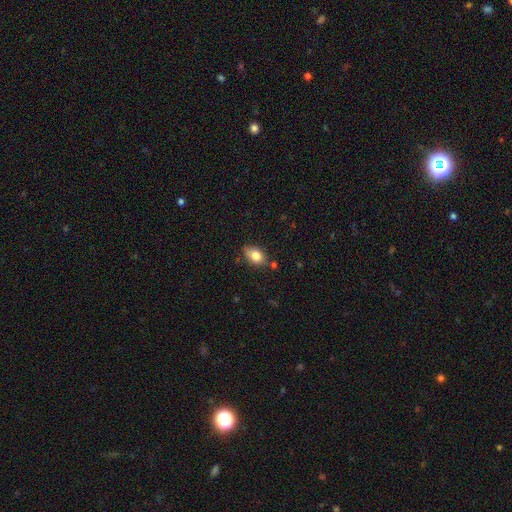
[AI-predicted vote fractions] Overall: smooth (80%). How rounded: in between (81%). Merging: none (71%).